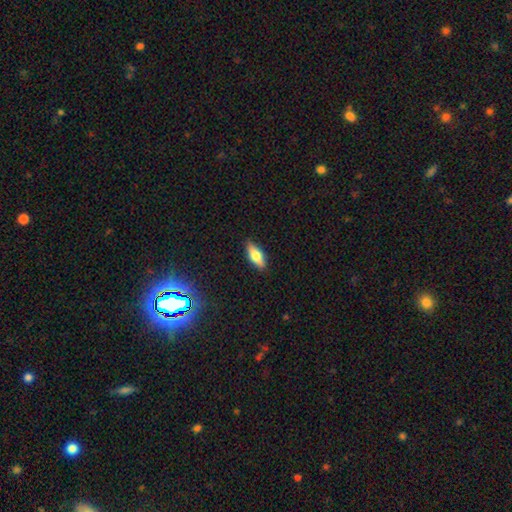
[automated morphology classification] A smooth galaxy with no disk features (67%) that is in between round and cigar-shaped (73%).

Vote fractions:
- Smooth or featured? smooth: 67% / featured or disk: 26% / star or artifact: 7%
- How rounded? in between: 73% / cigar-shaped: 24% / round: 3%
- Merging? none: 87% / minor disturbance: 9% / major disturbance: 2% / merger: 1%